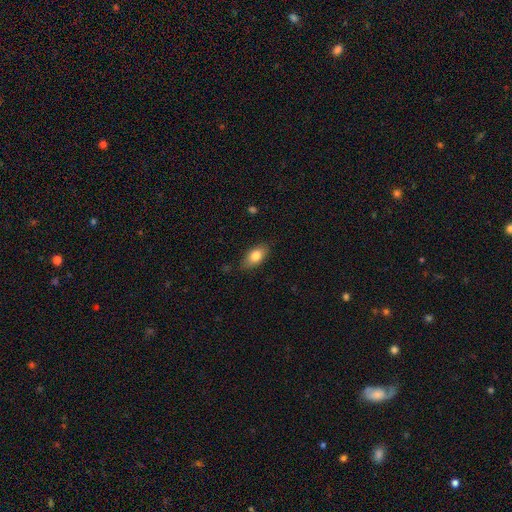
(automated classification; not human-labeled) Q: Smooth or featured?
A: smooth (81%); runner-up: featured or disk (12%)
Q: How rounded?
A: in between (89%); runner-up: cigar-shaped (6%)
Q: Merging?
A: none (82%); runner-up: minor disturbance (14%)